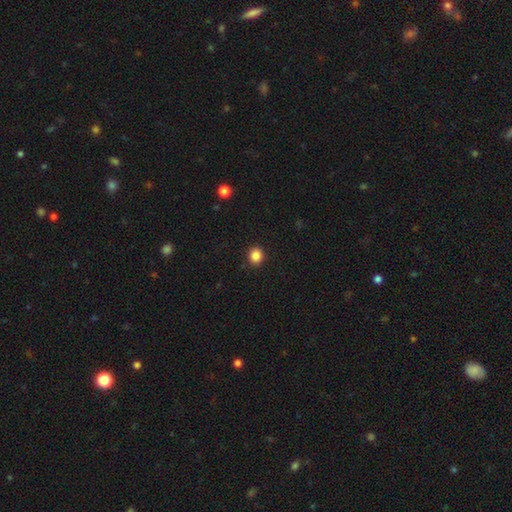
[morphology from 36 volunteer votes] Smooth or featured: smooth — 86% (featured or disk — 11%)
How rounded: round — 71% (in between — 29%)
Merging: none — 94% (merger — 6%)